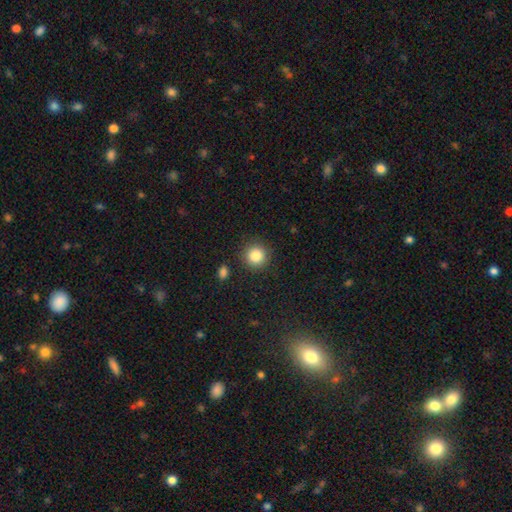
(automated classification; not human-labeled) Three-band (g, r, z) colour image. It shows a smooth galaxy with no disk features (86%) that is round (93%). Merging: none (88%).